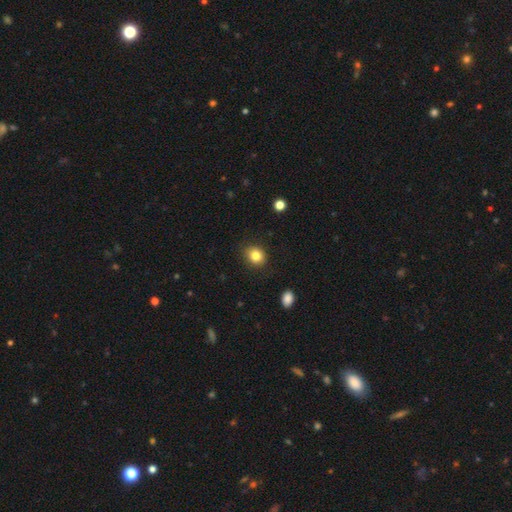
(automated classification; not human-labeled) smooth_or_featured: smooth (p=0.83) [alt: star or artifact p=0.10]
how_rounded: round (p=0.67) [alt: in between p=0.33]
merging: none (p=0.88) [alt: minor disturbance p=0.09]